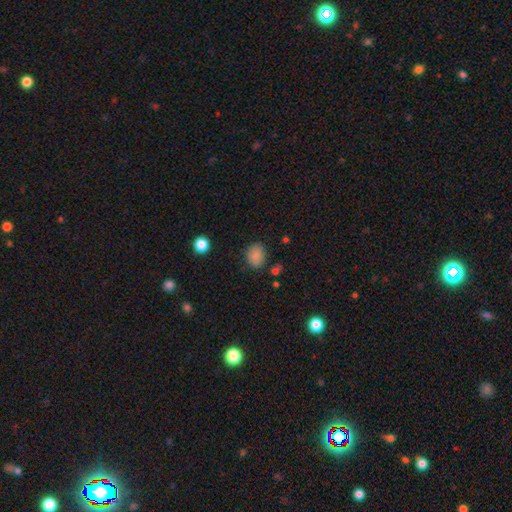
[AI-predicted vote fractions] Overall: smooth (84%). How rounded: in between (50%; round 49%). Merging: none (79%).